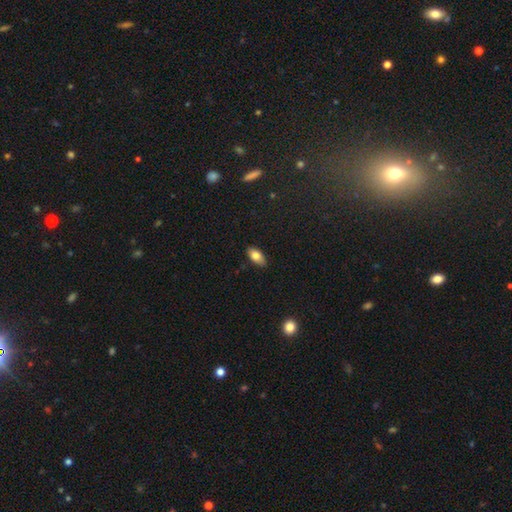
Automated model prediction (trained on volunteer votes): smooth_or_featured: smooth (p=0.80) [alt: featured or disk p=0.12]
how_rounded: in between (p=0.91) [alt: cigar-shaped p=0.06]
merging: none (p=0.85) [alt: minor disturbance p=0.12]